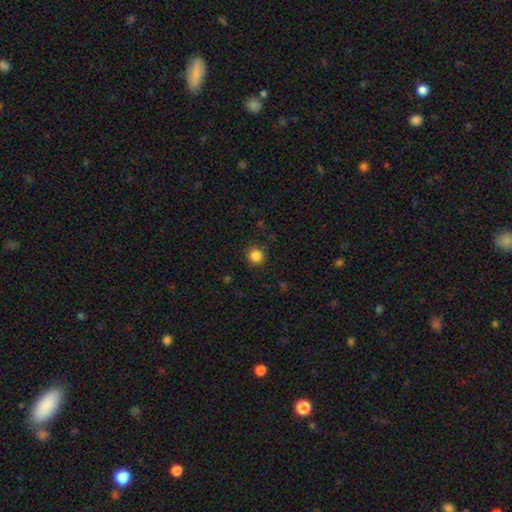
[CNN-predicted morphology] Overall: smooth (85%). How rounded: round (91%). Merging: none (88%).